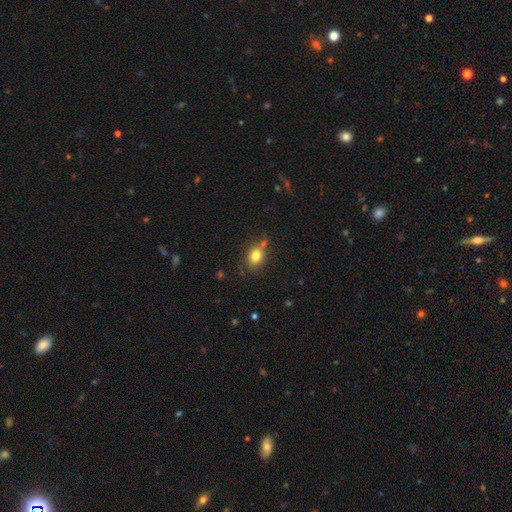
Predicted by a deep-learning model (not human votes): This is likely a smooth galaxy (80%). How rounded: possibly in between (58%). Merging: likely none (66%).